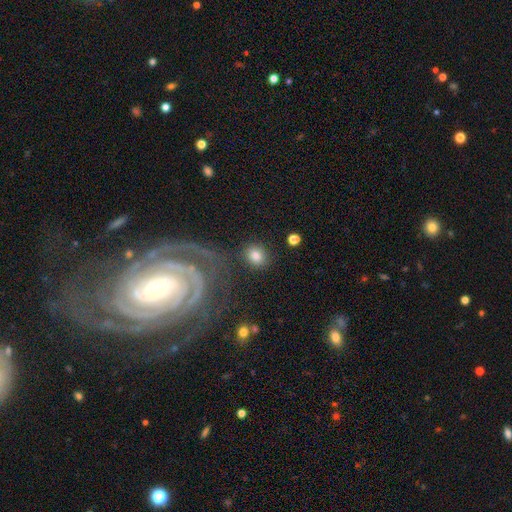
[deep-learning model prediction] Smooth or featured: smooth — 81% (featured or disk — 10%)
How rounded: round — 72% (in between — 26%)
Merging: none — 79% (minor disturbance — 11%)